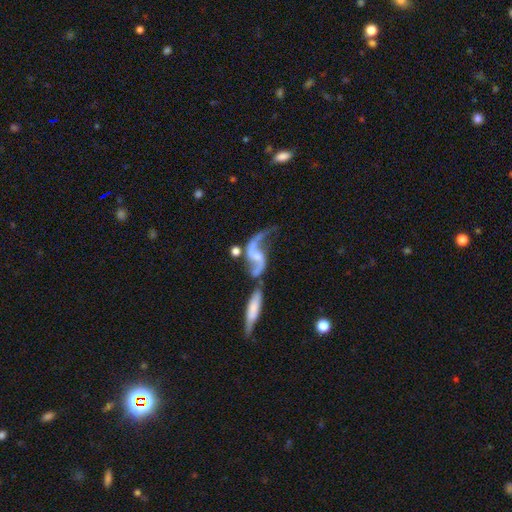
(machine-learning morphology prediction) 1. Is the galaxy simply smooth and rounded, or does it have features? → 85% featured or disk, 10% smooth, 6% star or artifact.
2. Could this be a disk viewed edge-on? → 94% no, 6% yes.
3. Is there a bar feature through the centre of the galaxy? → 49% no, 38% weak, 12% strong.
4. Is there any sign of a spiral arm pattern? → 93% yes, 7% no.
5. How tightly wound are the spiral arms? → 88% loose, 9% medium, 2% tight.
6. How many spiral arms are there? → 89% 2, 6% 1, 2% can't tell, 1% 3, 1% 4, 1% more than 4.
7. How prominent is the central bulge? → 39% small, 34% none, 21% moderate, 4% large, 2% dominant.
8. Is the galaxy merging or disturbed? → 37% none, 32% merger, 16% minor disturbance, 14% major disturbance.